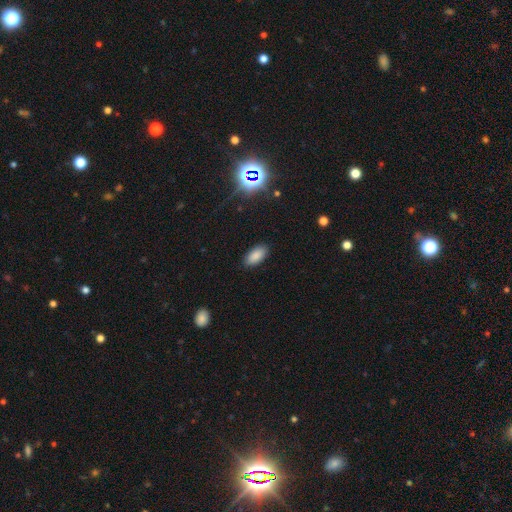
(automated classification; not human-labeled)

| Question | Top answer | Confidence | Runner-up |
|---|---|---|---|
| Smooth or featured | smooth | 86% | star or artifact (10%) |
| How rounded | in between | 92% | cigar-shaped (5%) |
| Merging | none | 88% | minor disturbance (9%) |